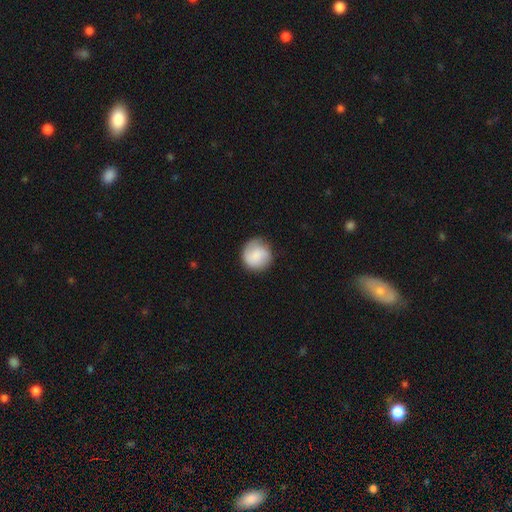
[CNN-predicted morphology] smooth 75%, featured or disk 18%, star or artifact 7%. Down the decision tree: how rounded — round (91%); merging — none (77%).